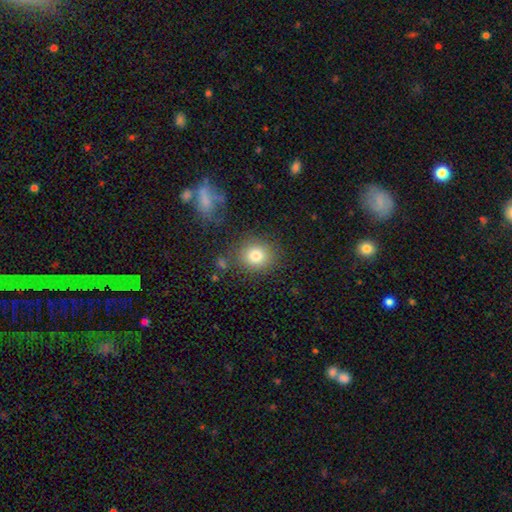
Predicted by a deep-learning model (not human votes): This appears to be a smooth galaxy with no disk features (80%) that is round (83%). Merging: none (82%).